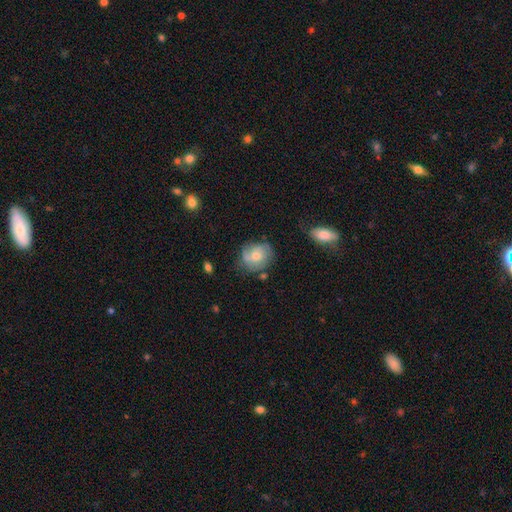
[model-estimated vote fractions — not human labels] Morphology: type=smooth (51%); roundness=round (65%); merging=none (59%).